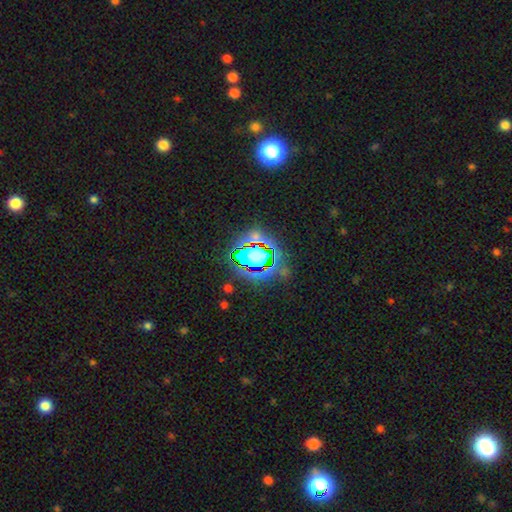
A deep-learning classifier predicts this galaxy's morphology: Smooth or featured?
  - star or artifact: 62% *
  - smooth: 23%
  - featured or disk: 15%